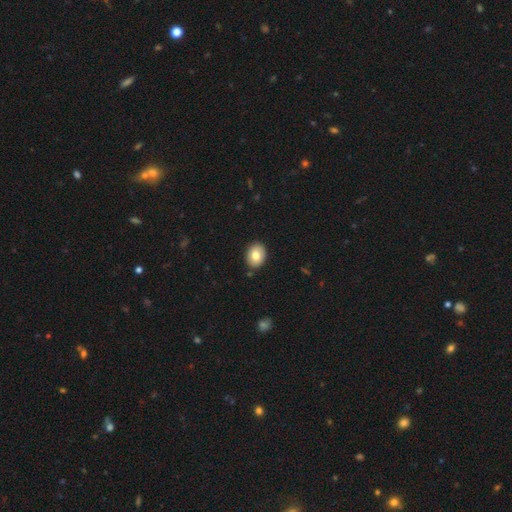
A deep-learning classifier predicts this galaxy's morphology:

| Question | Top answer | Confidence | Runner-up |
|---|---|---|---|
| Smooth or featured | smooth | 79% | featured or disk (14%) |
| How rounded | in between | 57% | round (42%) |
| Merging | none | 89% | minor disturbance (8%) |